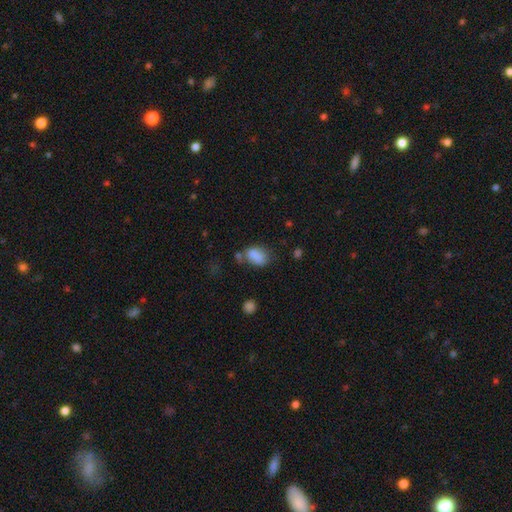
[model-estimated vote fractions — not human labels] smooth 79%, star or artifact 11%, featured or disk 10%. Down the decision tree: how rounded — in between (82%); merging — none (45%).